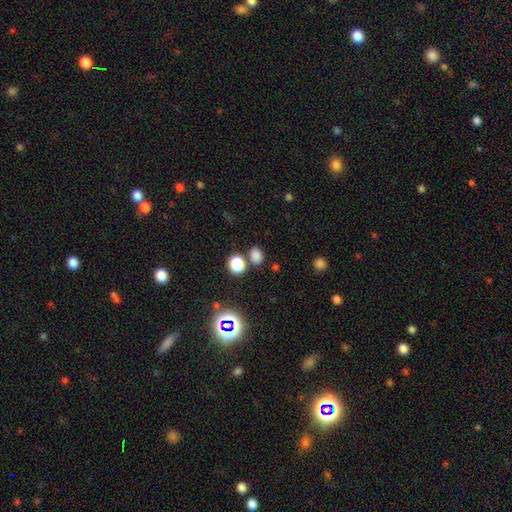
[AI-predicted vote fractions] This is likely a smooth galaxy (78%). How rounded: possibly in between (59%). Merging: likely none (72%).